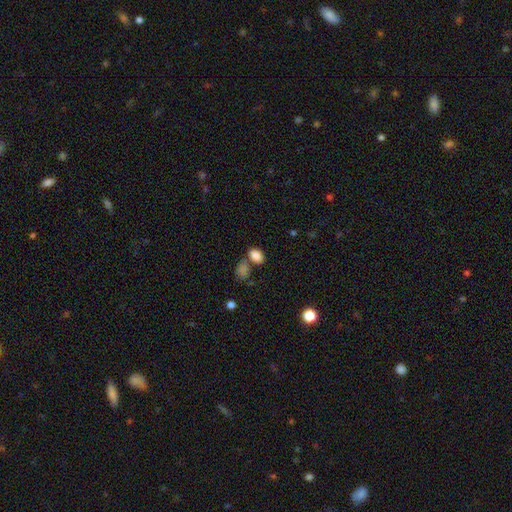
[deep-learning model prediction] This is clearly a smooth galaxy (85%). How rounded: clearly in between (83%). Merging: possibly none (59%).